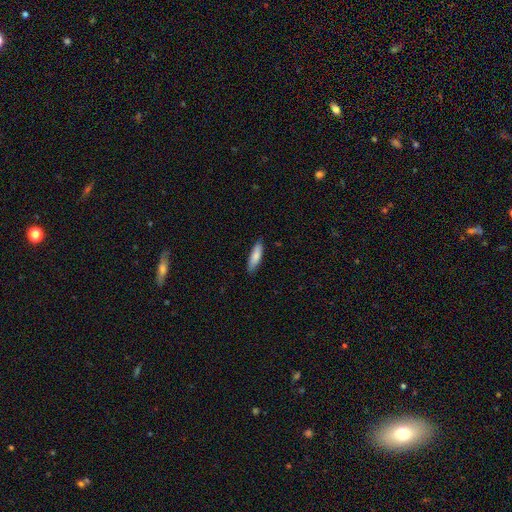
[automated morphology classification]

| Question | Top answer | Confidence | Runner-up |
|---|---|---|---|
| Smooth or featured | smooth | 82% | featured or disk (13%) |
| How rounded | cigar-shaped | 64% | in between (35%) |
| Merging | none | 86% | minor disturbance (11%) |